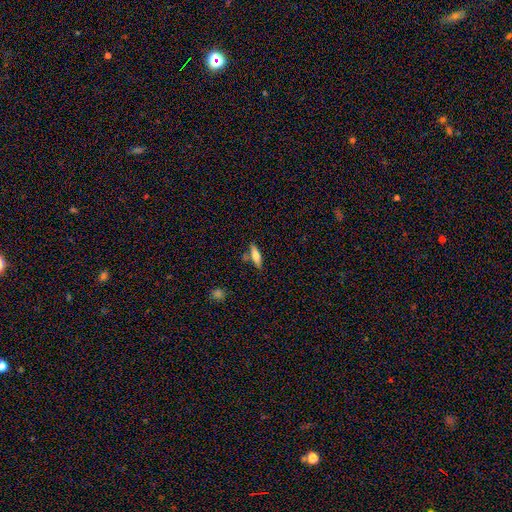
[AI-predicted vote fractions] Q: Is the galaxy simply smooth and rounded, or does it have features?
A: smooth — 63%.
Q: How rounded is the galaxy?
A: cigar-shaped — 51%.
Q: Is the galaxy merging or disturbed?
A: none — 74%.